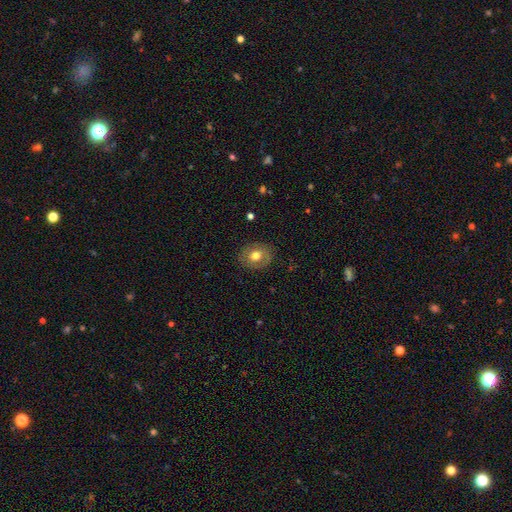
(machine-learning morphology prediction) This is likely a smooth galaxy (65%). How rounded: possibly round (55%). Merging: clearly none (84%).